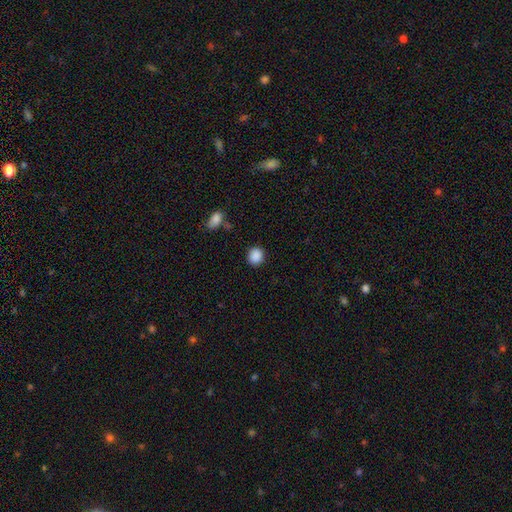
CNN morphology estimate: type=smooth (88%); roundness=round (82%); merging=none (88%).